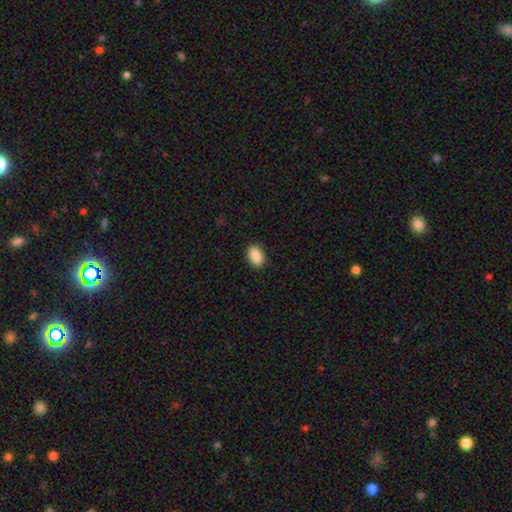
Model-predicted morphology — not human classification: This appears to be a smooth galaxy with no disk features (89%) that is in between round and cigar-shaped (84%). Merging: none (87%).